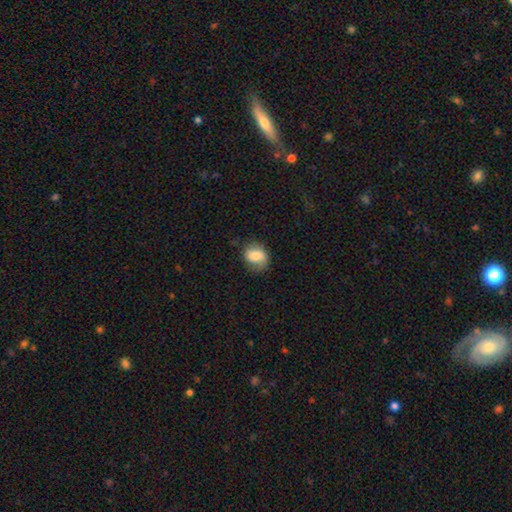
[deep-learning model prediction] Smooth or featured? smooth (77%)
How rounded? in between (53%)
Merging? none (65%)